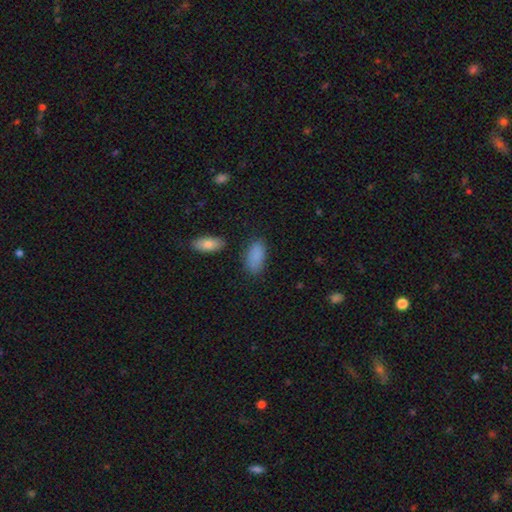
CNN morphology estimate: A smooth galaxy with no disk features (88%) that is in between round and cigar-shaped (91%). Merging: none (78%).